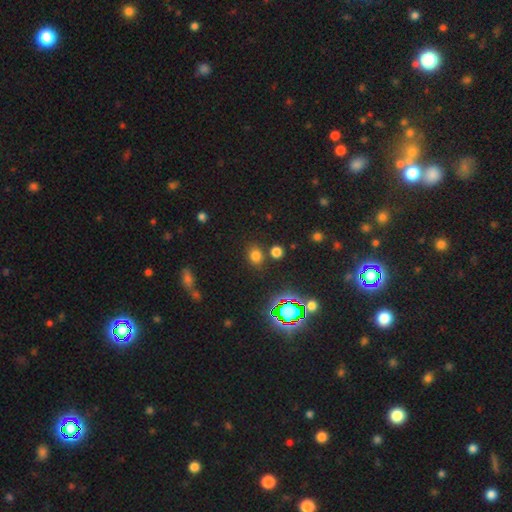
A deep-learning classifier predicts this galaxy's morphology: Smooth or featured? smooth (70%)
How rounded? round (68%)
Merging? none (79%)